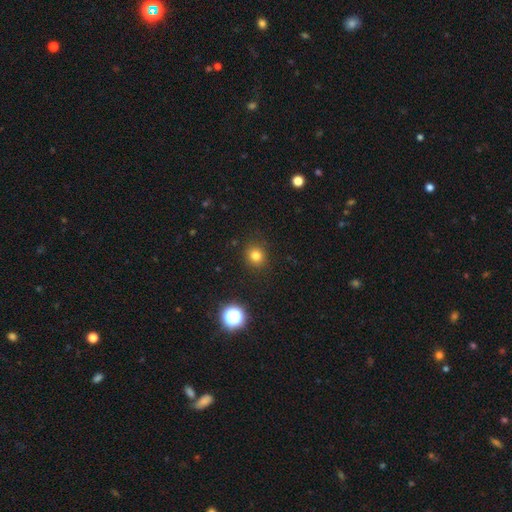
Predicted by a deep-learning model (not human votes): Morphology: type=smooth (80%); roundness=round (88%); merging=none (90%).